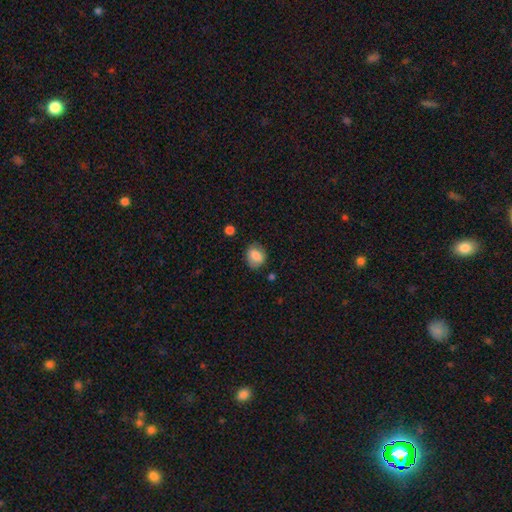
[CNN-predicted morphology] smooth_or_featured: smooth (p=0.81) [alt: featured or disk p=0.10]
how_rounded: round (p=0.55) [alt: in between p=0.44]
merging: none (p=0.79) [alt: minor disturbance p=0.16]